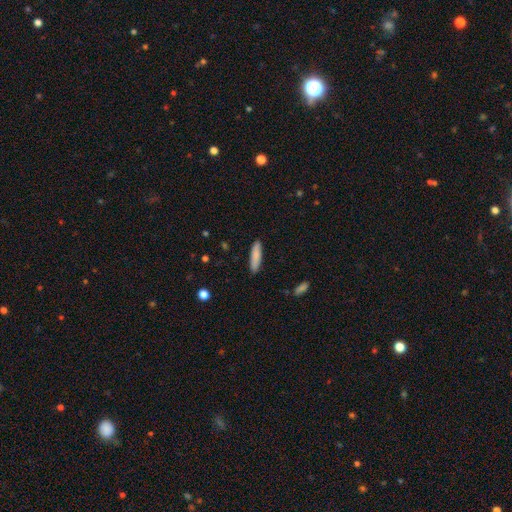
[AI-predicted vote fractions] Smooth or featured: smooth — 84% (featured or disk — 10%)
How rounded: cigar-shaped — 77% (in between — 21%)
Merging: none — 89% (minor disturbance — 8%)